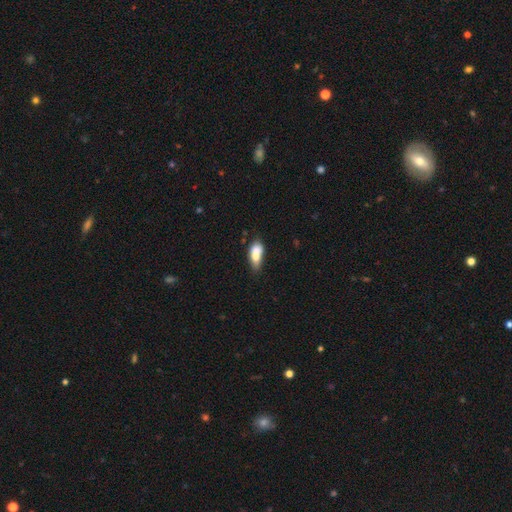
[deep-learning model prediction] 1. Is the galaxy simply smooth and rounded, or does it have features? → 73% smooth, 19% featured or disk, 8% star or artifact.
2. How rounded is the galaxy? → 79% in between, 16% cigar-shaped, 5% round.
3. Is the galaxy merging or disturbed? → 33% none, 31% merger, 26% minor disturbance, 10% major disturbance.